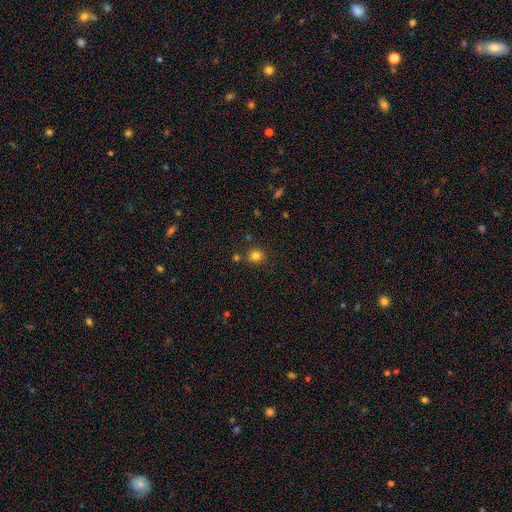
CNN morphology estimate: Smooth or featured? Predicted: smooth (p=0.80). How rounded? Predicted: round (p=0.89). Merging? Predicted: none (p=0.80).